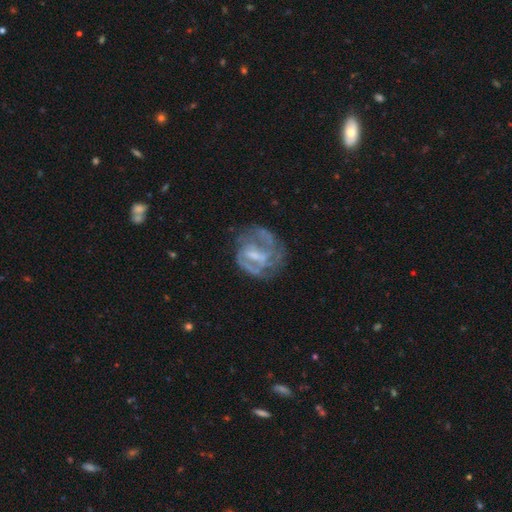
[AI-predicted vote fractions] A featured or disk galaxy (75%) with a weak bar (48%), tight (42%) spiral arms (71%) and a small central bulge (36%). Merging: none (53%).